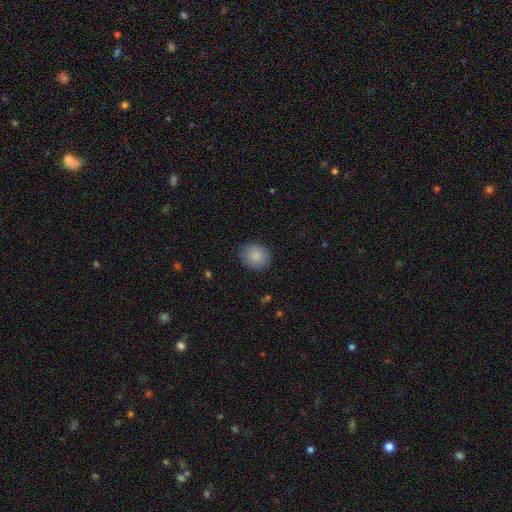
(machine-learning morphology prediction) This is clearly a smooth galaxy (86%). How rounded: likely round (74%). Merging: clearly none (85%).